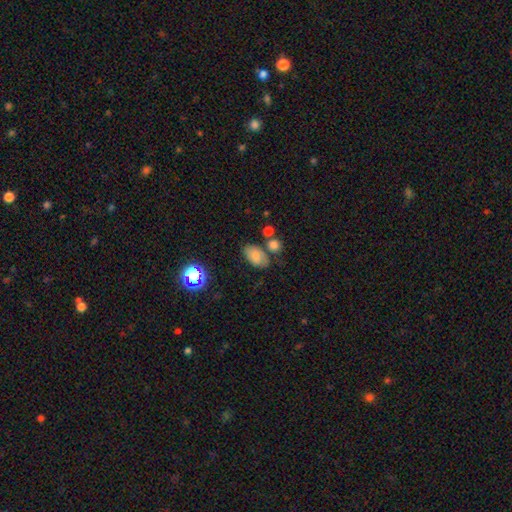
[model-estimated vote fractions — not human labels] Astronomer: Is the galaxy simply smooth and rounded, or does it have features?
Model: smooth — 72%.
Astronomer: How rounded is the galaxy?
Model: in between — 87%.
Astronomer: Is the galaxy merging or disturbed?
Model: none — 57%.